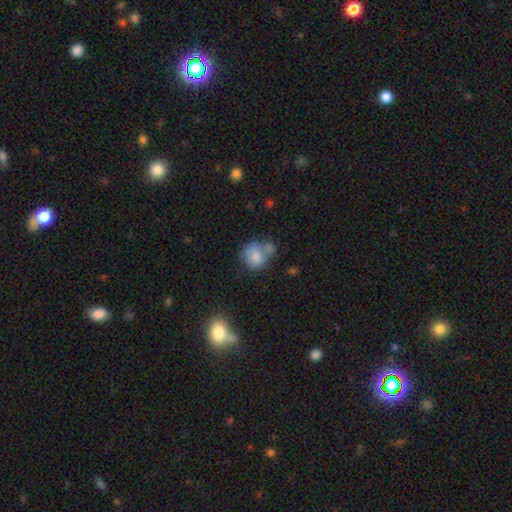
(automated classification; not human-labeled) Smooth or featured: smooth — 79% (featured or disk — 13%)
How rounded: round — 74% (in between — 25%)
Merging: none — 41% (merger — 32%)